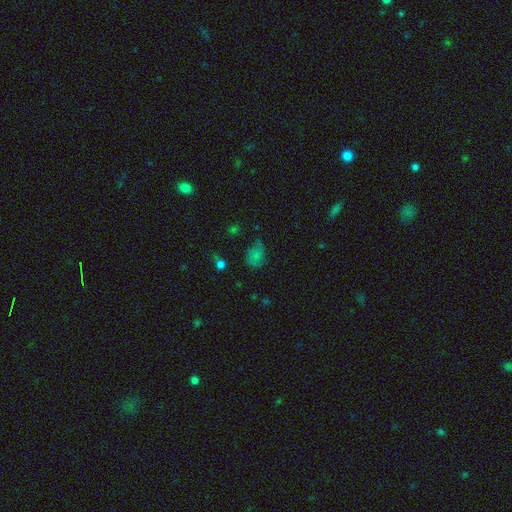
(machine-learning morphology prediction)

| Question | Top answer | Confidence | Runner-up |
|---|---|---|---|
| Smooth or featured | smooth | 66% | star or artifact (18%) |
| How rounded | in between | 59% | round (40%) |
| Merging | none | 40% | minor disturbance (34%) |